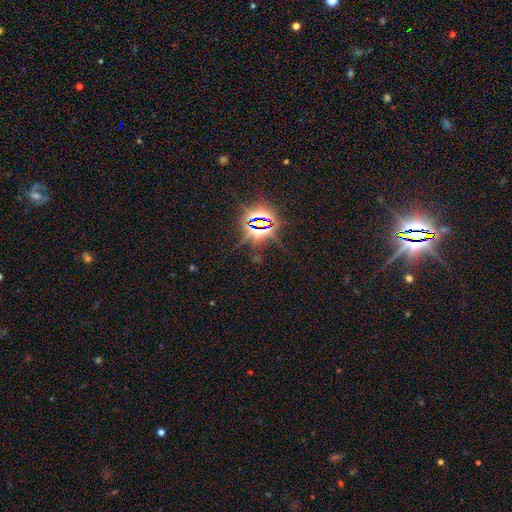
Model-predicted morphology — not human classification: Smooth or featured? star or artifact (85%)